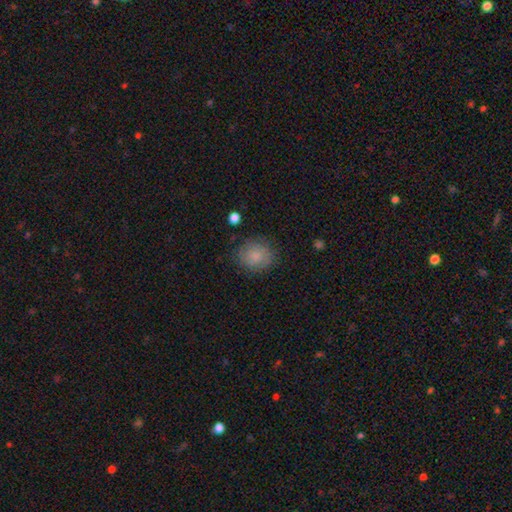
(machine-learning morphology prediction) smooth-or-featured: smooth: 80% | featured or disk: 12% | star or artifact: 8%
  how-rounded: round: 76% | in between: 23% | cigar-shaped: 1%
  merging: none: 81% | minor disturbance: 13% | major disturbance: 4% | merger: 1%